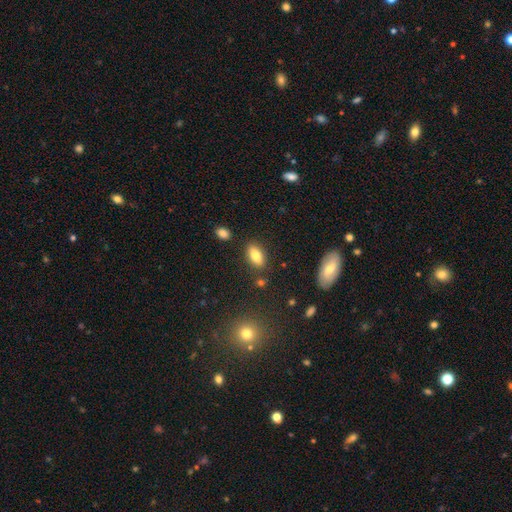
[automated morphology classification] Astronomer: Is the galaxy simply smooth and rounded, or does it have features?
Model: smooth — 79%.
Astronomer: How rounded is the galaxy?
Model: in between — 85%.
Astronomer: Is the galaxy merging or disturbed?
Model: none — 82%.